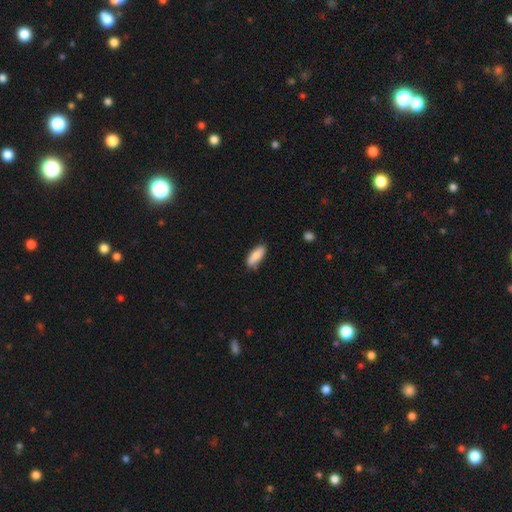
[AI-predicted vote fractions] smooth-or-featured: smooth: 84% | featured or disk: 10% | star or artifact: 6%
  how-rounded: in between: 73% | cigar-shaped: 25% | round: 2%
  merging: none: 78% | minor disturbance: 17% | major disturbance: 3% | merger: 2%